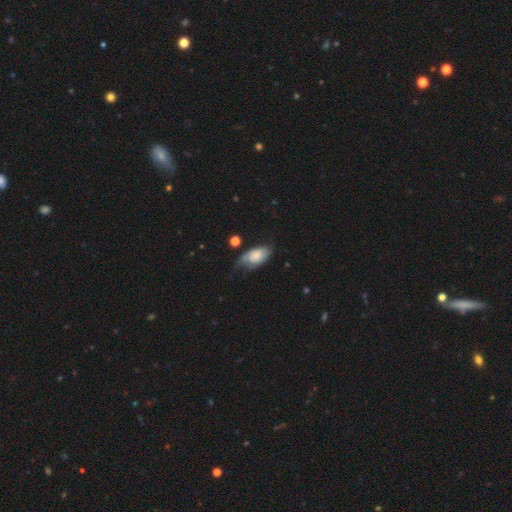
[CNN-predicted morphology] The model was most divided on "merging": none: 40%, minor disturbance: 34%, major disturbance: 22%, merger: 4%. More confident: how rounded — in between (91%); smooth or featured — smooth (52%).